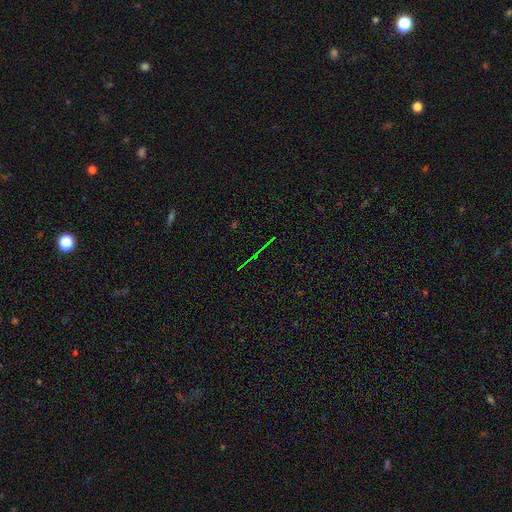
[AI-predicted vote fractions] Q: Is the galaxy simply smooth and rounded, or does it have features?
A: star or artifact — 75%.